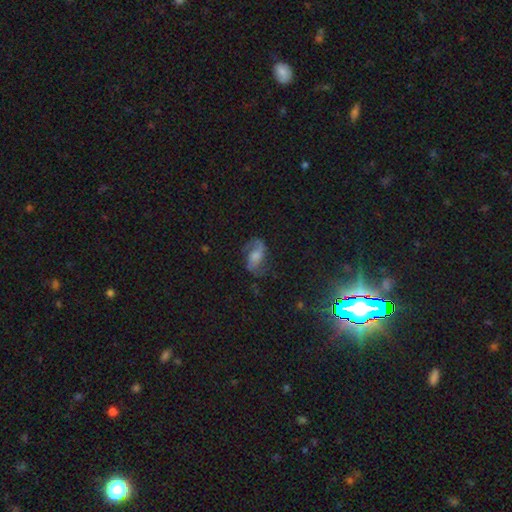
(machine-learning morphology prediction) This is likely a featured or disk galaxy (62%). It is clearly not viewed edge-on (96%). Bar: possibly no (46%). Spiral arm pattern: clearly yes (86%). Spiral arm count: clearly 2 (86%). Spiral winding: possibly loose (56%). Central bulge: marginally moderate (33%). Merging: possibly none (57%).